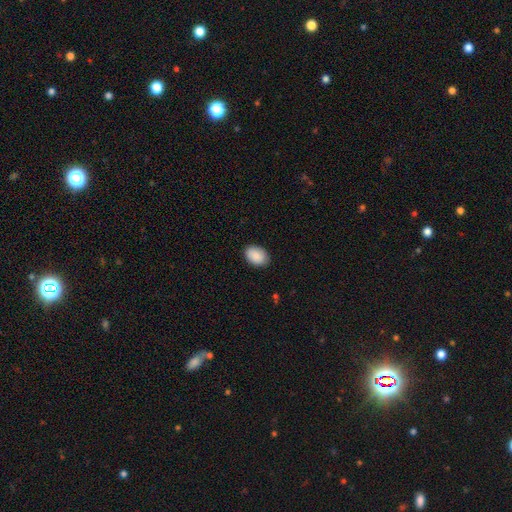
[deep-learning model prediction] smooth_or_featured: smooth (p=0.90) [alt: star or artifact p=0.06]
how_rounded: in between (p=0.85) [alt: round p=0.14]
merging: none (p=0.87) [alt: minor disturbance p=0.10]